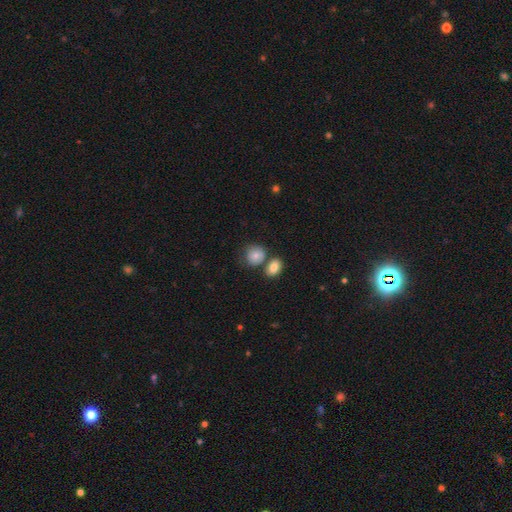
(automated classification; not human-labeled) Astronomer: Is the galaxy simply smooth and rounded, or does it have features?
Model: smooth — 81%.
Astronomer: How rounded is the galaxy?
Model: round — 73%.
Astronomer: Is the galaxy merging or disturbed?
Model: none — 55%.